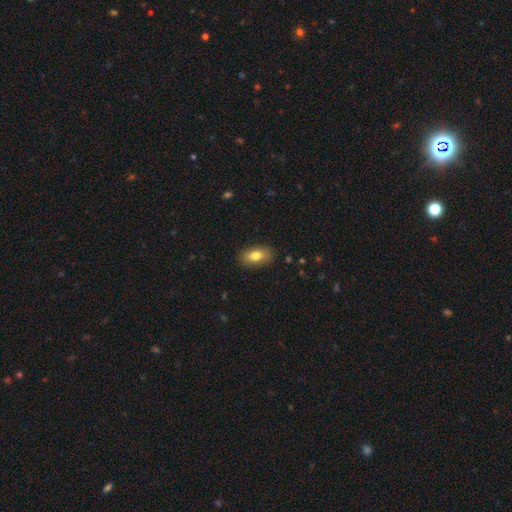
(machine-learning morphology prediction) Overall: smooth (77%). How rounded: in between (86%). Merging: none (87%).